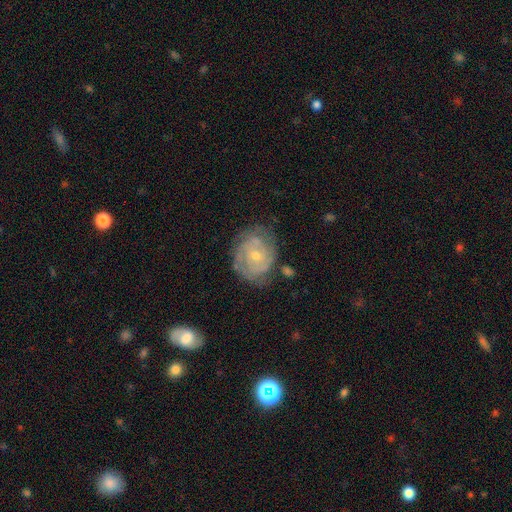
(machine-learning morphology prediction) A featured or disk galaxy (76%) with no bar (74%), tight (67%) spiral arms (87%) and a small central bulge (63%). Merging: none (67%).